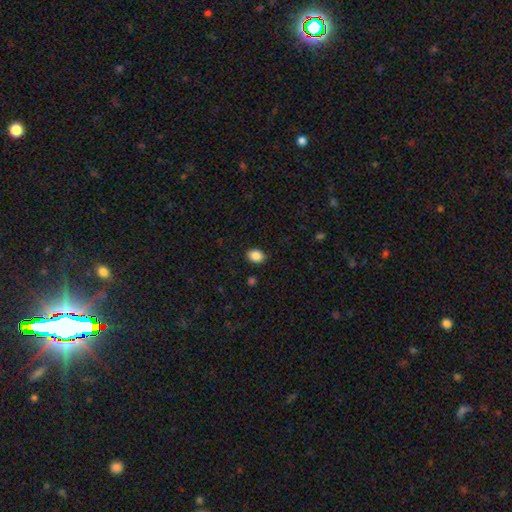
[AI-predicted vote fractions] Morphology: type=smooth (87%); roundness=in between (70%); merging=none (89%).